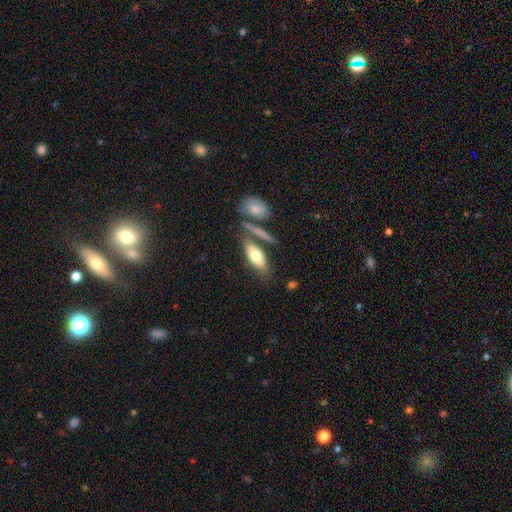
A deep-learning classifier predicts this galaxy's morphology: A smooth galaxy with no disk features (70%) that is in between round and cigar-shaped (74%).

Vote fractions:
- Smooth or featured? smooth: 70% / featured or disk: 24% / star or artifact: 6%
- How rounded? in between: 74% / cigar-shaped: 23% / round: 3%
- Merging? none: 56% / merger: 24% / minor disturbance: 14% / major disturbance: 6%